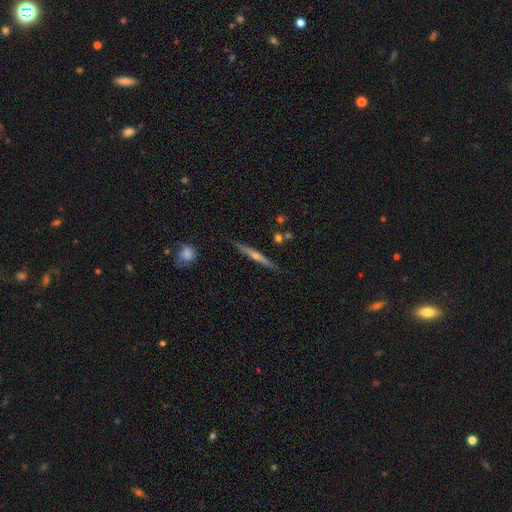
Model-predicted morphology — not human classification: A featured or disk galaxy (67%) viewed edge-on (97%) with a rounded central bulge (75%).

Vote fractions:
- Smooth or featured? featured or disk: 67% / smooth: 26% / star or artifact: 6%
- Edge-on disk? yes: 97% / no: 3%
- Edge-on bulge? rounded: 75% / none: 20% / boxy: 4%
- Merging? none: 86% / minor disturbance: 10% / merger: 2% / major disturbance: 2%